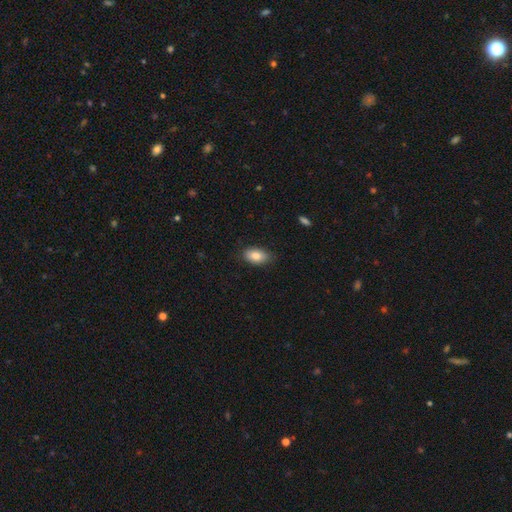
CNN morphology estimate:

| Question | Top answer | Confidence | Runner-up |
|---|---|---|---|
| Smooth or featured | smooth | 84% | featured or disk (9%) |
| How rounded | in between | 92% | round (6%) |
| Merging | none | 81% | minor disturbance (16%) |